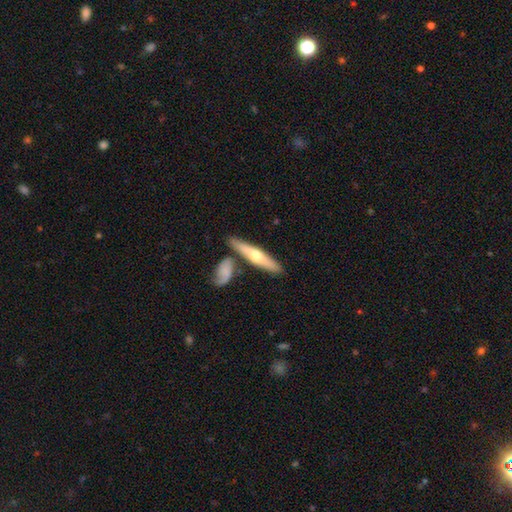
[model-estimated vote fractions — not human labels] smooth_or_featured: featured or disk (p=0.51) [alt: smooth p=0.44]
disk_edge_on: yes (p=0.89) [alt: no p=0.11]
merging: none (p=0.73) [alt: merger p=0.13]